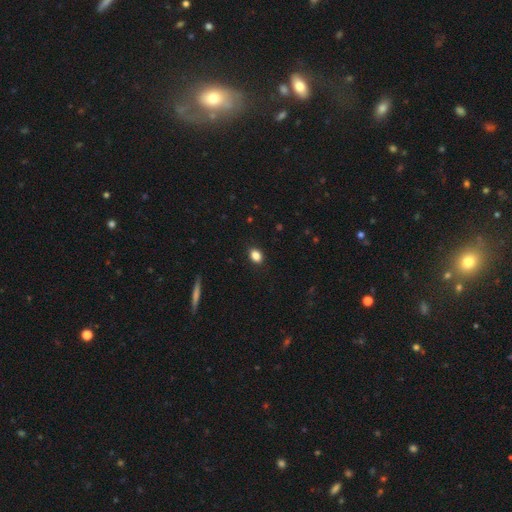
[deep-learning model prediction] This appears to be a smooth galaxy with no disk features (86%) that is in between round and cigar-shaped (70%). Merging: none (88%).